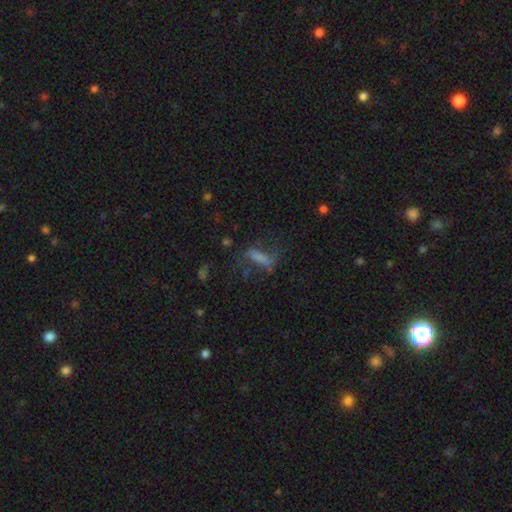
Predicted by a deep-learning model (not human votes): Q: Smooth or featured?
A: featured or disk (38%); runner-up: star or artifact (33%)
Q: Merging?
A: none (64%); runner-up: minor disturbance (17%)